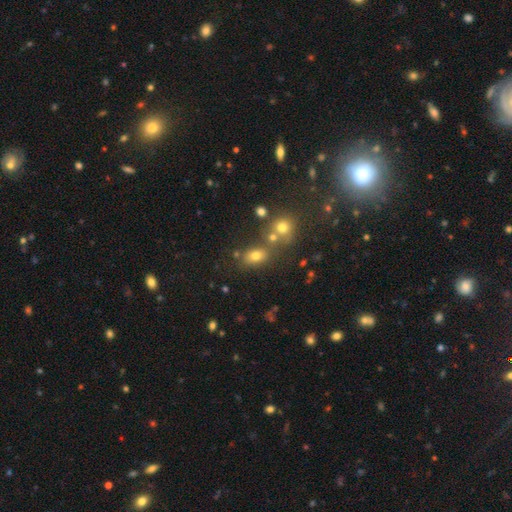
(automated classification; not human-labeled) Morphology: type=smooth (72%); roundness=in between (74%); merging=none (62%).